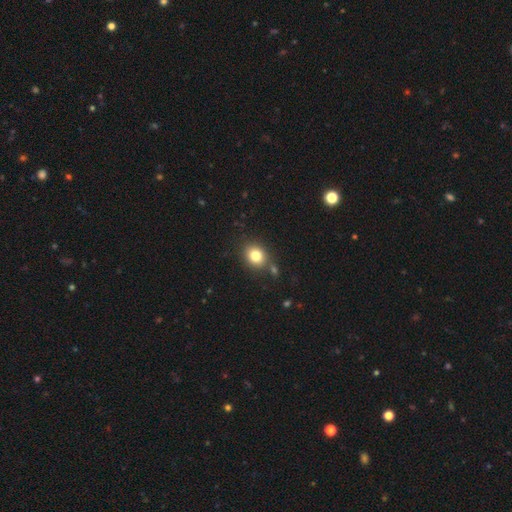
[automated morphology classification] Smooth or featured? smooth (80%)
How rounded? round (65%)
Merging? none (77%)